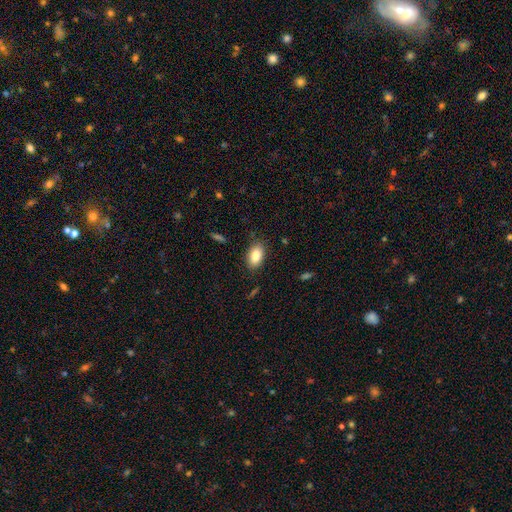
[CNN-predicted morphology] Smooth or featured: smooth — 86% (star or artifact — 8%)
How rounded: in between — 92% (round — 6%)
Merging: none — 86% (minor disturbance — 10%)